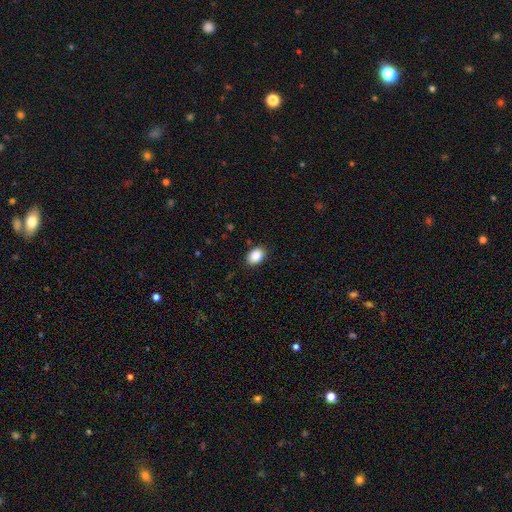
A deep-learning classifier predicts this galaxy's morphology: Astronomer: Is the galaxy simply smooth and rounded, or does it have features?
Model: smooth — 89%.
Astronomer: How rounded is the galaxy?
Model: in between — 78%.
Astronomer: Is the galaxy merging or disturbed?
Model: none — 88%.